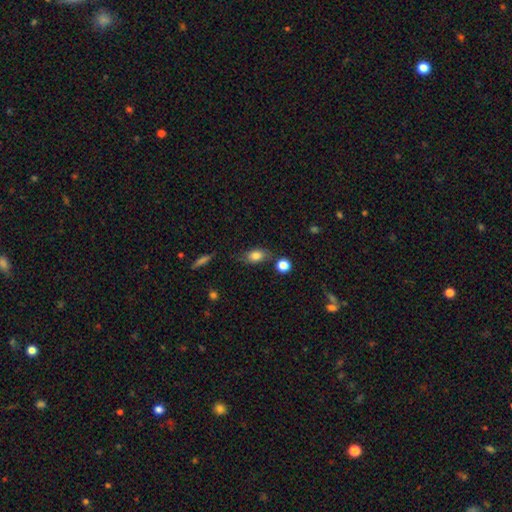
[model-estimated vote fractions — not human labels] This appears to be a smooth galaxy with no disk features (81%) that is in between round and cigar-shaped (77%). Merging: none (70%).